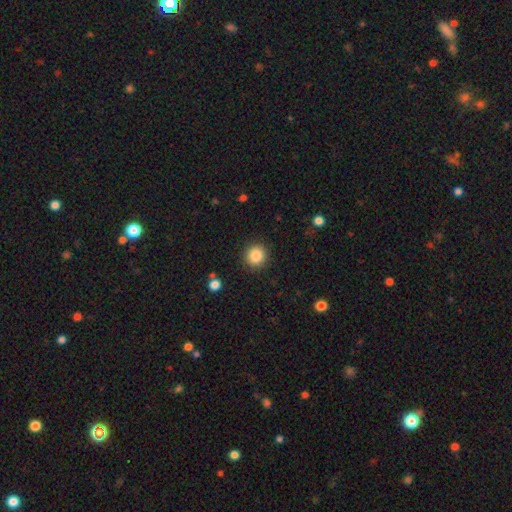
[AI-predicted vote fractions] Smooth or featured? smooth (85%)
How rounded? round (92%)
Merging? none (90%)